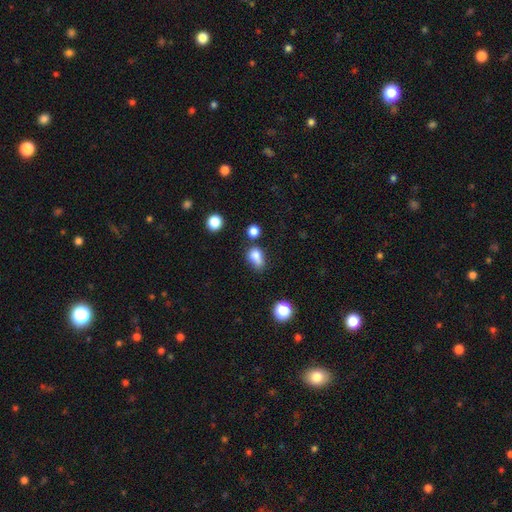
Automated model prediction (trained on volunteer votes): This is likely a smooth galaxy (78%). How rounded: likely in between (67%). Merging: marginally none (37%).